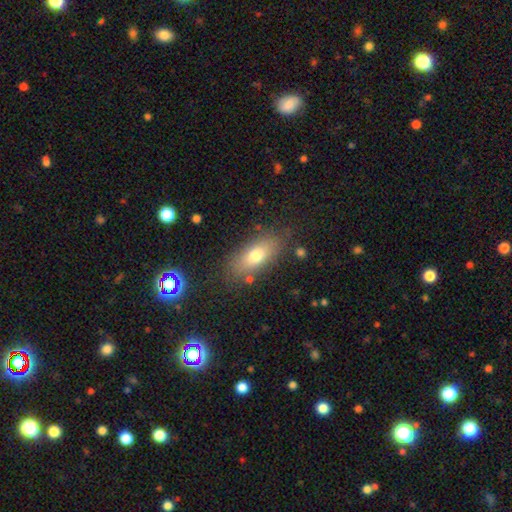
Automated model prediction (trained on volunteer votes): smooth-or-featured: smooth: 71% | featured or disk: 19% | star or artifact: 10%
  how-rounded: in between: 80% | cigar-shaped: 14% | round: 6%
  merging: none: 80% | minor disturbance: 13% | major disturbance: 4% | merger: 3%